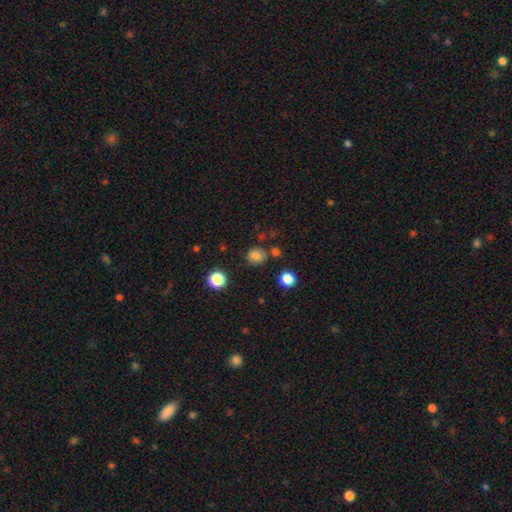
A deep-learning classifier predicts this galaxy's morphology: type=smooth (79%); roundness=round (80%); merging=none (78%).